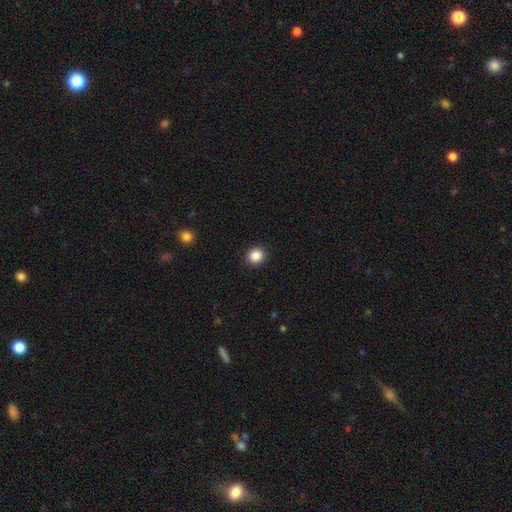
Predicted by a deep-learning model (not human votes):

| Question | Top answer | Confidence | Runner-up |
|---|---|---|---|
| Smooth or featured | smooth | 87% | star or artifact (10%) |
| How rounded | round | 86% | in between (13%) |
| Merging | none | 91% | minor disturbance (6%) |